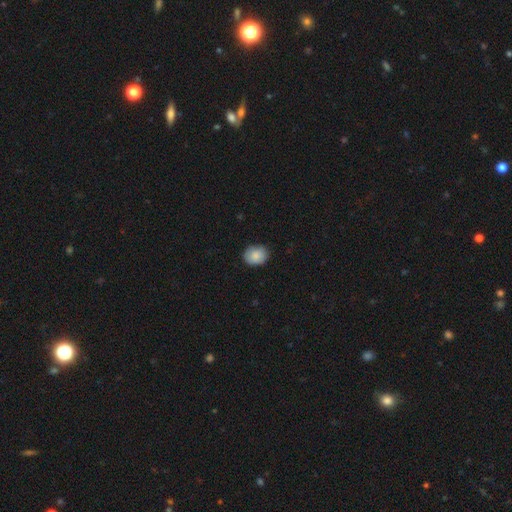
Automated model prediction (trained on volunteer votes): Smooth or featured?
  - smooth: 86% *
  - featured or disk: 7%
  - star or artifact: 7%
How rounded?
  - round: 54% *
  - in between: 45%
  - cigar-shaped: 1%
Merging?
  - none: 83% *
  - minor disturbance: 14%
  - major disturbance: 2%
  - merger: 1%